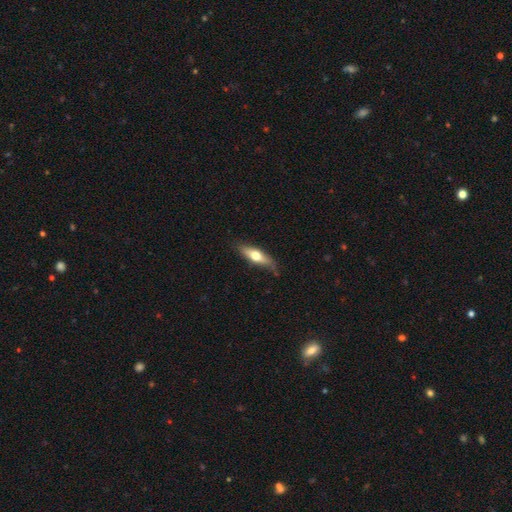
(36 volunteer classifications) Smooth or featured?
  - smooth: 64% *
  - featured or disk: 36%
  - star or artifact: 0%
How rounded?
  - in between: 78% *
  - cigar-shaped: 17%
  - round: 4%
Merging?
  - none: 72% *
  - minor disturbance: 22%
  - major disturbance: 6%
  - merger: 0%